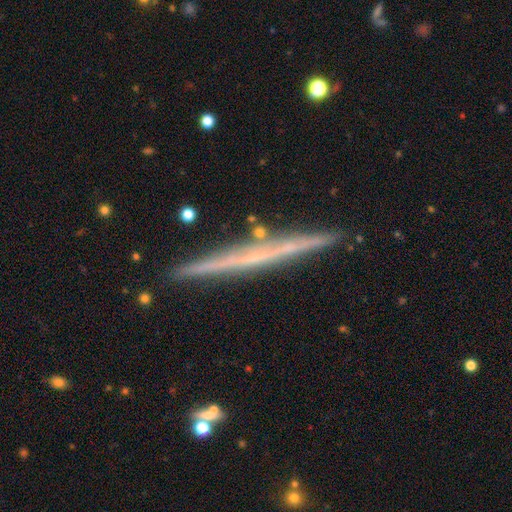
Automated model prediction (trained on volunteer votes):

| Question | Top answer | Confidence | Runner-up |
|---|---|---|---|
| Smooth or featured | featured or disk | 68% | smooth (26%) |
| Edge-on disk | yes | 98% | no (2%) |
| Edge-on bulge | none | 85% | rounded (12%) |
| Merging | none | 90% | minor disturbance (7%) |